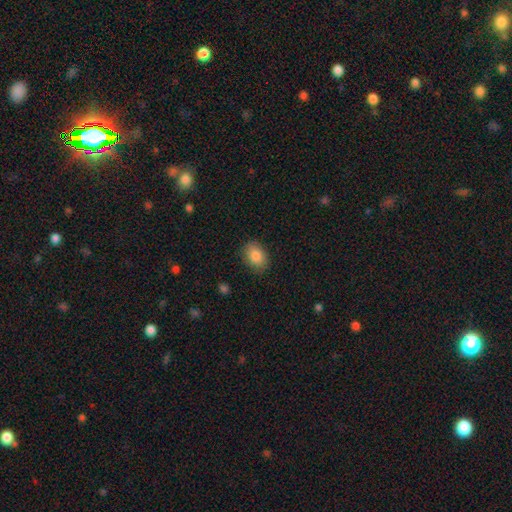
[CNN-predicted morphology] A smooth galaxy with no disk features (86%) that is in between round and cigar-shaped (72%).

Vote fractions:
- Smooth or featured? smooth: 86% / star or artifact: 8% / featured or disk: 6%
- How rounded? in between: 72% / round: 27% / cigar-shaped: 1%
- Merging? none: 84% / minor disturbance: 12% / major disturbance: 3% / merger: 1%